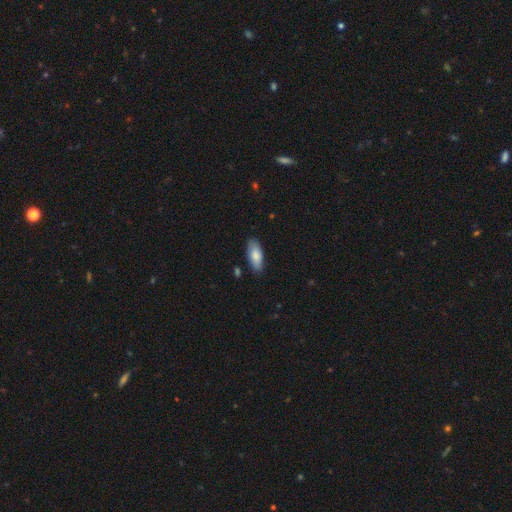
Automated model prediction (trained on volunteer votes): Smooth or featured? smooth (82%)
How rounded? in between (85%)
Merging? none (83%)